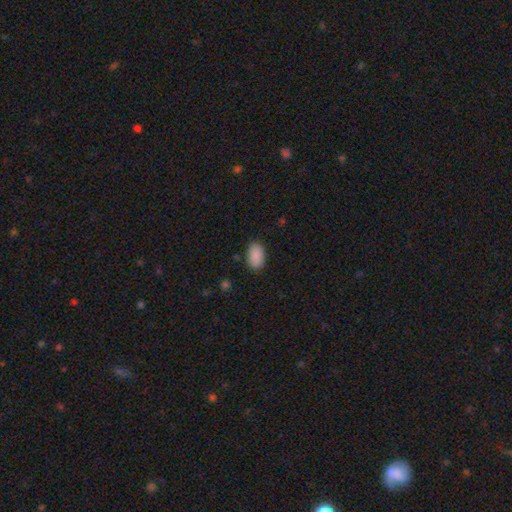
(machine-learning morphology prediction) This appears to be a smooth galaxy with no disk features (89%) that is in between round and cigar-shaped (94%). Merging: none (86%).